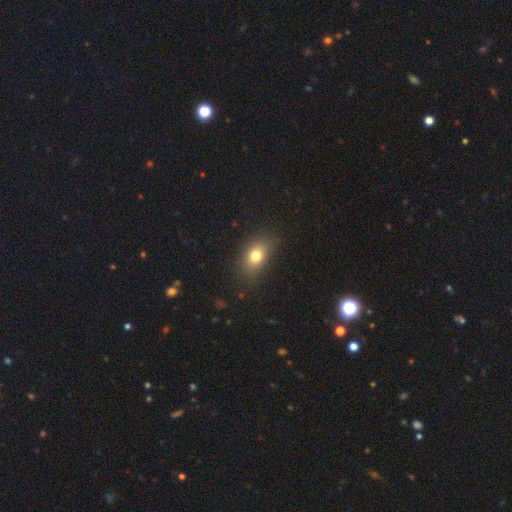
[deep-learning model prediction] Morphology: type=smooth (77%); roundness=in between (76%); merging=none (84%).